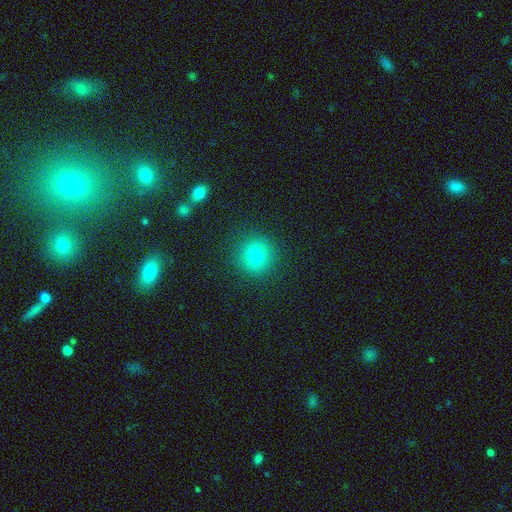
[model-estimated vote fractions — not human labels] A smooth galaxy with no disk features (77%) that is round (91%).

Vote fractions:
- Smooth or featured? smooth: 77% / star or artifact: 14% / featured or disk: 8%
- How rounded? round: 91% / in between: 8% / cigar-shaped: 1%
- Merging? none: 90% / minor disturbance: 6% / major disturbance: 3% / merger: 1%